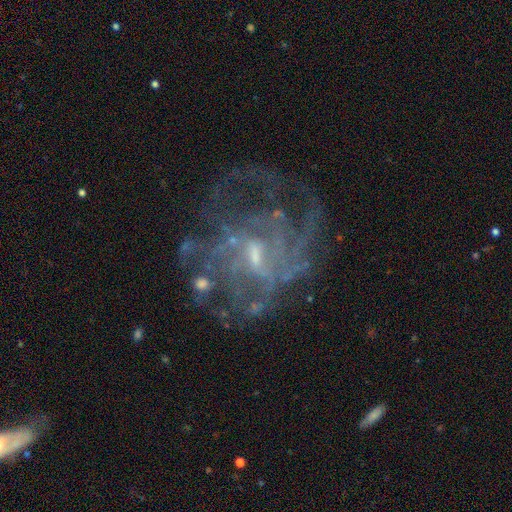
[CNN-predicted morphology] Smooth or featured? Predicted: featured or disk (p=0.79). Edge-on disk? Predicted: no (p=0.97). Bar? Predicted: weak (p=0.50). Spiral arms? Predicted: yes (p=0.71). Spiral winding? Predicted: medium (p=0.39). Spiral arm count? Predicted: can't tell (p=0.52). Bulge size? Predicted: small (p=0.57). Merging? Predicted: none (p=0.50).